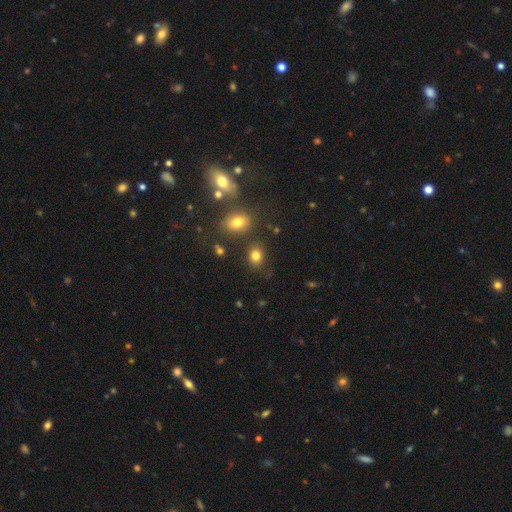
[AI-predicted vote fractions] This appears to be a smooth galaxy with no disk features (80%) that is in between round and cigar-shaped (50%). Merging: none (80%).